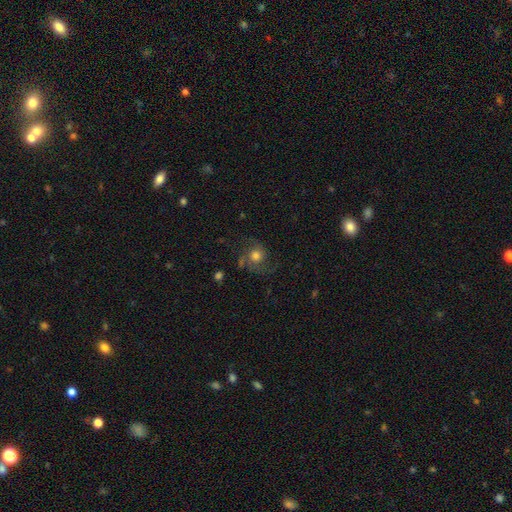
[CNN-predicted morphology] Q: Smooth or featured?
A: featured or disk (58%); runner-up: smooth (31%)
Q: Edge-on disk?
A: no (97%); runner-up: yes (3%)
Q: Bar?
A: no (78%); runner-up: weak (19%)
Q: Spiral arms?
A: yes (90%); runner-up: no (10%)
Q: Spiral winding?
A: medium (46%); runner-up: loose (37%)
Q: Spiral arm count?
A: 2 (77%); runner-up: can't tell (8%)
Q: Bulge size?
A: moderate (55%); runner-up: large (26%)
Q: Merging?
A: none (63%); runner-up: minor disturbance (18%)